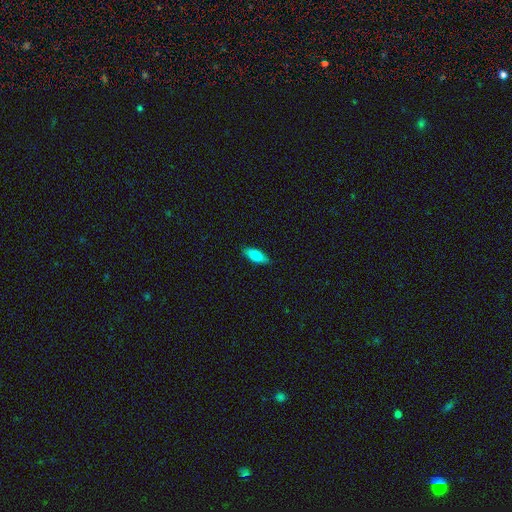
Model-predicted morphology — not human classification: This appears to be a smooth galaxy with no disk features (77%) that is in between round and cigar-shaped (72%). Merging: none (88%).